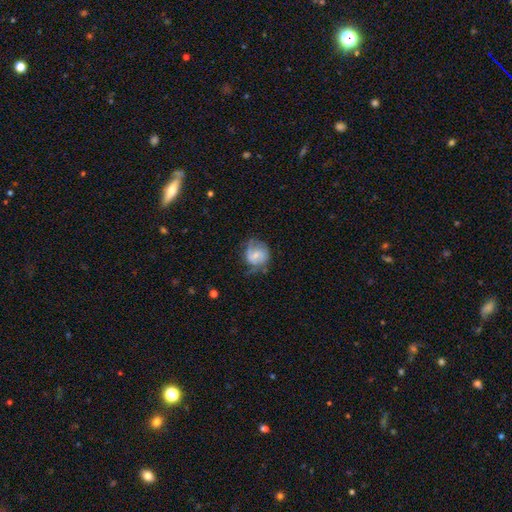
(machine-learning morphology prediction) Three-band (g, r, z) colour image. It shows a featured or disk galaxy (54%) with no bar (50%), spiral arms (76%) and a small central bulge (52%). Merging: none (48%).